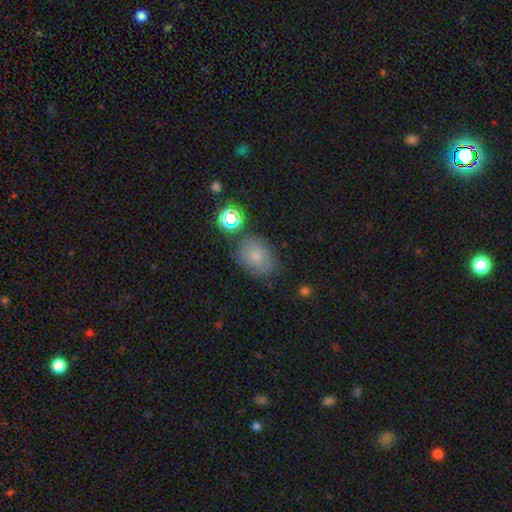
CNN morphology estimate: Smooth or featured?
  - smooth: 73% *
  - star or artifact: 14%
  - featured or disk: 12%
How rounded?
  - in between: 59% *
  - round: 40%
  - cigar-shaped: 1%
Merging?
  - none: 68% *
  - minor disturbance: 19%
  - merger: 7%
  - major disturbance: 6%